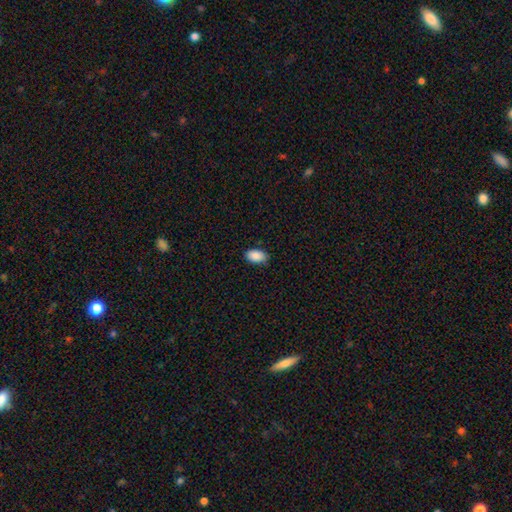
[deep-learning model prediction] A smooth galaxy with no disk features (90%) that is in between round and cigar-shaped (94%). Merging: none (85%).